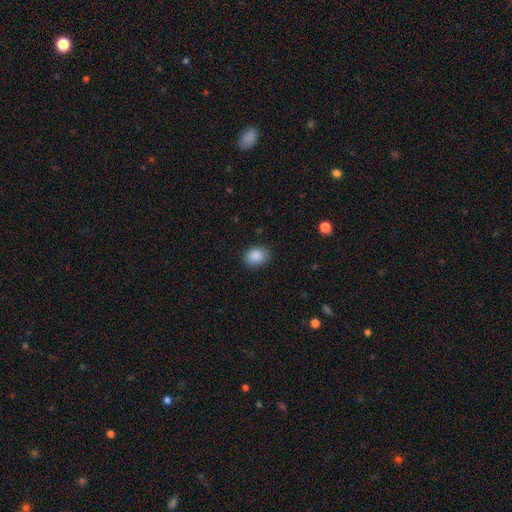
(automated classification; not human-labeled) Smooth or featured? Predicted: smooth (p=0.88). How rounded? Predicted: in between (p=0.62). Merging? Predicted: none (p=0.84).